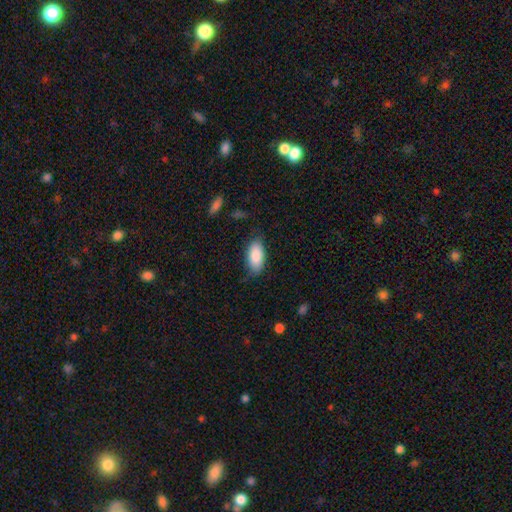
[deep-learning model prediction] A smooth galaxy with no disk features (88%) that is in between round and cigar-shaped (92%). Merging: none (80%).